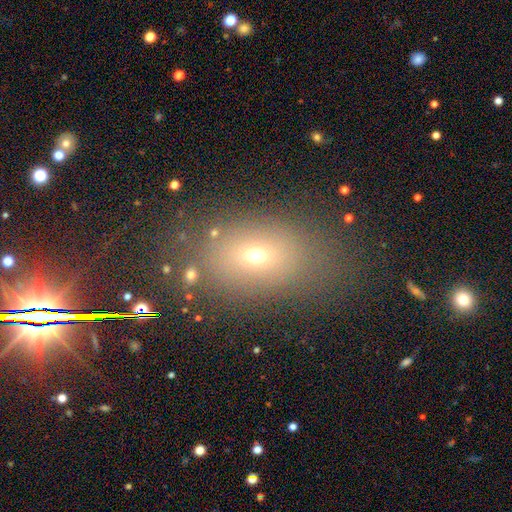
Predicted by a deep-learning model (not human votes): A smooth galaxy with no disk features (48%). Merging: none (81%).